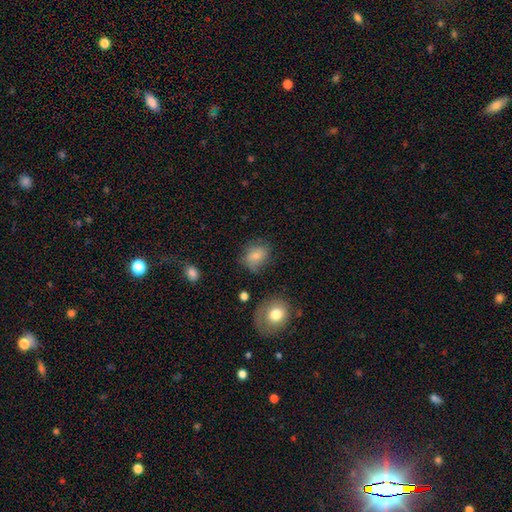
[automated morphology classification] type=smooth (74%); roundness=in between (55%); merging=none (62%).